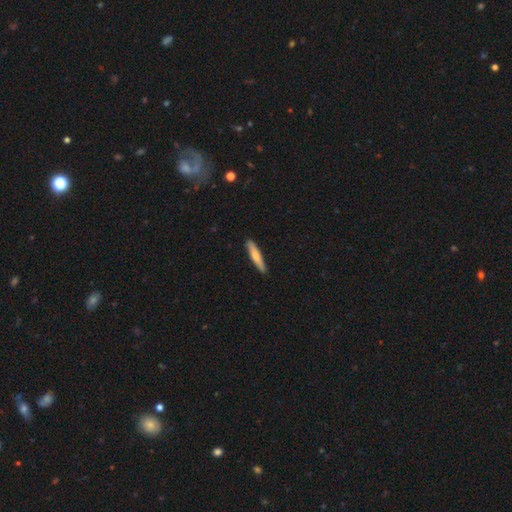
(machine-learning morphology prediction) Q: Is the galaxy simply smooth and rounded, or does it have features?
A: smooth — 71%.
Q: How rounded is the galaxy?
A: cigar-shaped — 90%.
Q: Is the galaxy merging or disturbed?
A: none — 89%.